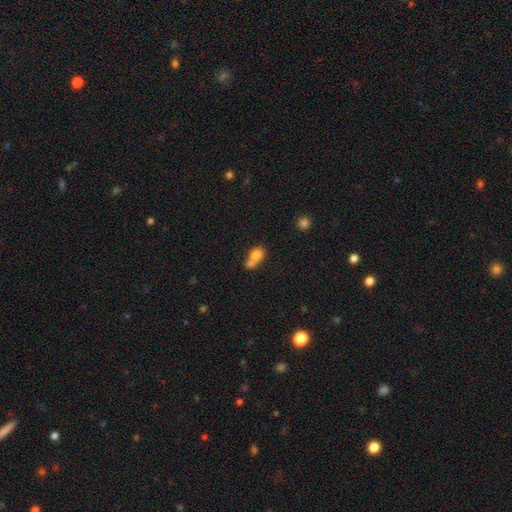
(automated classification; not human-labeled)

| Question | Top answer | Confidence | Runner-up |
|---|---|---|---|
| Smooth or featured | smooth | 76% | featured or disk (14%) |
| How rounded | in between | 55% | round (42%) |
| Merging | merger | 61% | none (23%) |